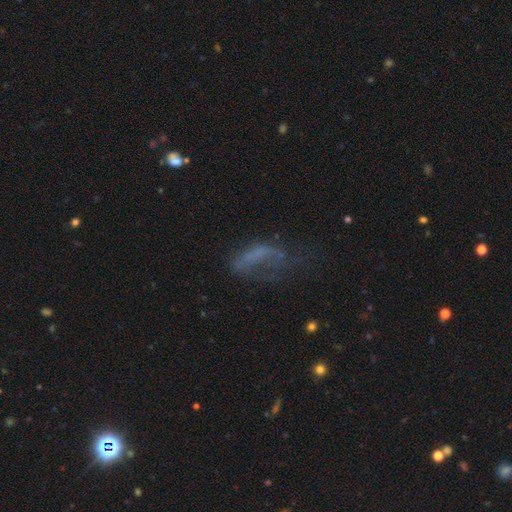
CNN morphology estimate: The model was most divided on "smooth or featured": featured or disk: 40%, smooth: 39%, star or artifact: 21%. Remaining: merging — major disturbance (48%).